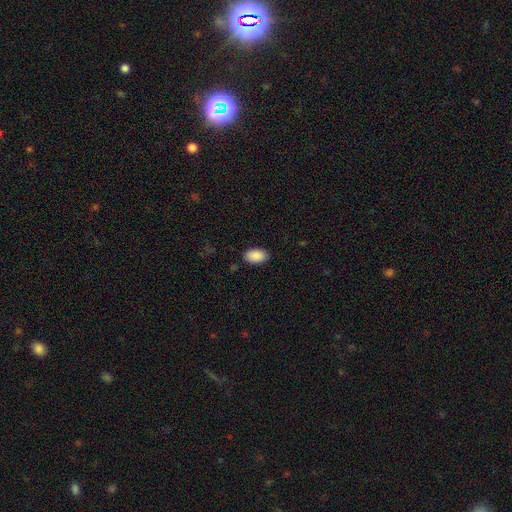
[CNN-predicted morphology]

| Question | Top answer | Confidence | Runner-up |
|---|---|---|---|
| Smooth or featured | smooth | 90% | star or artifact (7%) |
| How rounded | in between | 93% | round (6%) |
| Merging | none | 87% | minor disturbance (9%) |